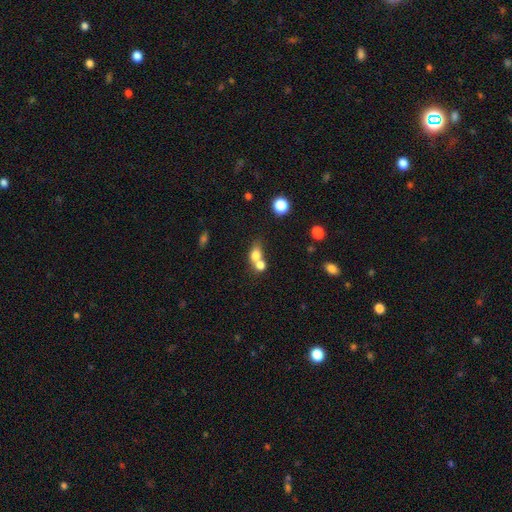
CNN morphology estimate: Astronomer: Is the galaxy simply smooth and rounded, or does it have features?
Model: smooth — 74%.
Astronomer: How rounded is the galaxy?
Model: round — 53% (runner-up: in between, 45%).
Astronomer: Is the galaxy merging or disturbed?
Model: merger — 61%.